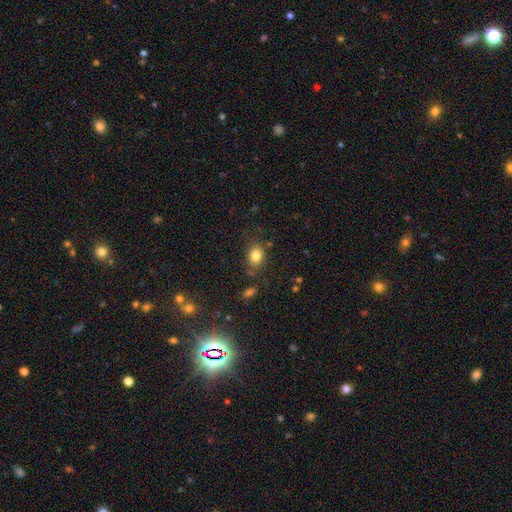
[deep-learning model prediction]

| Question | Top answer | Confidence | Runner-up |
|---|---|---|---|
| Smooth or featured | smooth | 81% | star or artifact (11%) |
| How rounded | in between | 60% | round (39%) |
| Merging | none | 77% | minor disturbance (15%) |